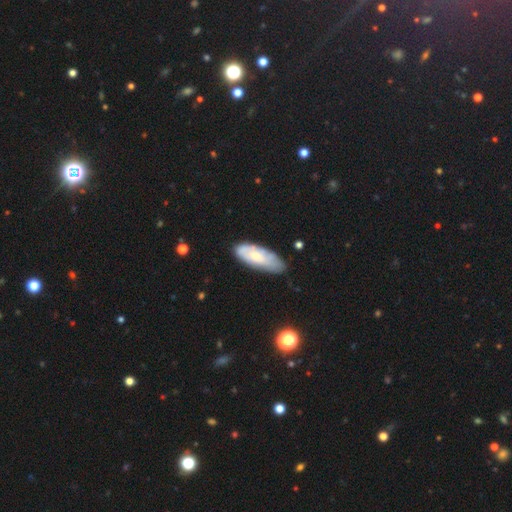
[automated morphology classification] type=smooth (58%); roundness=in between (74%); merging=none (70%).